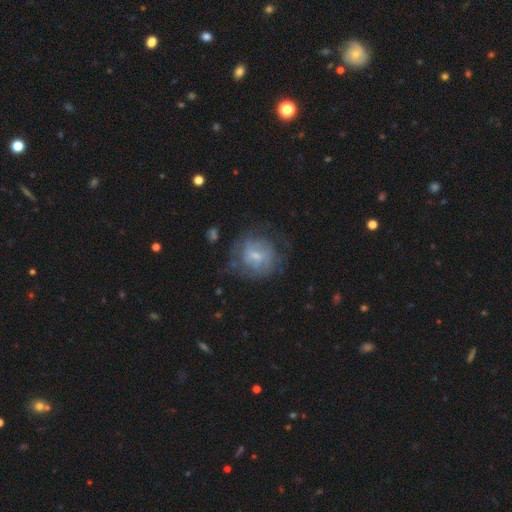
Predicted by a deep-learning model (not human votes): Smooth or featured?
  - featured or disk: 49% *
  - smooth: 42%
  - star or artifact: 9%
Merging?
  - none: 59% *
  - minor disturbance: 22%
  - major disturbance: 17%
  - merger: 2%